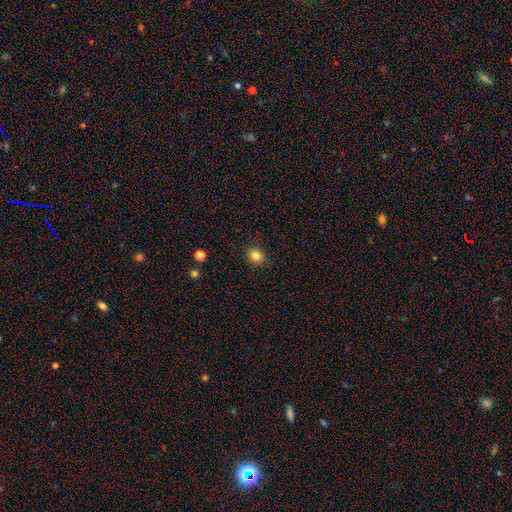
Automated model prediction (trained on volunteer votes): Smooth or featured? Predicted: smooth (p=0.82). How rounded? Predicted: round (p=0.71). Merging? Predicted: none (p=0.90).